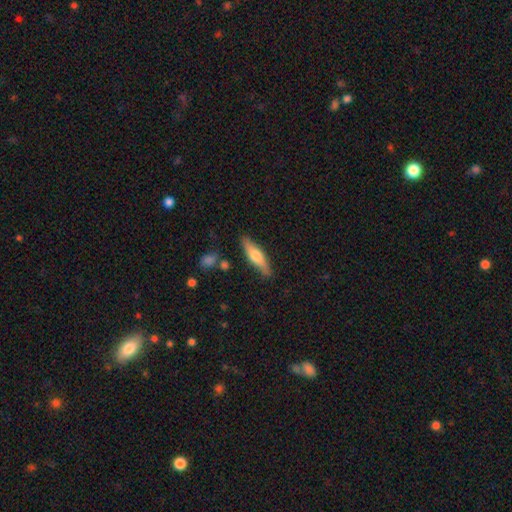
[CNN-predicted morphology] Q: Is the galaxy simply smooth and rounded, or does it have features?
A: smooth — 54%.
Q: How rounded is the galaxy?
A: cigar-shaped — 69%.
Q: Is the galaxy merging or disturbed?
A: none — 84%.